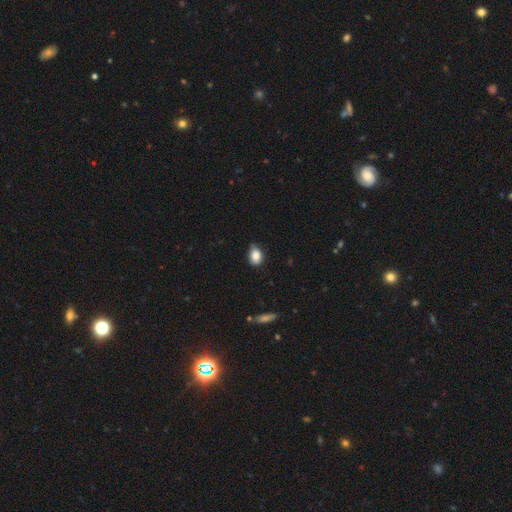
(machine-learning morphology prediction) Smooth or featured?
  - smooth: 85% *
  - star or artifact: 8%
  - featured or disk: 7%
How rounded?
  - in between: 76% *
  - round: 22%
  - cigar-shaped: 2%
Merging?
  - none: 65% *
  - minor disturbance: 29%
  - major disturbance: 4%
  - merger: 2%